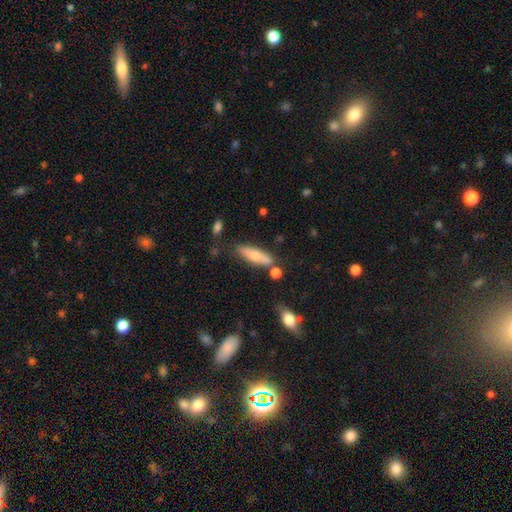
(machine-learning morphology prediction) Smooth or featured? Predicted: smooth (p=0.72). How rounded? Predicted: cigar-shaped (p=0.55). Merging? Predicted: none (p=0.67).